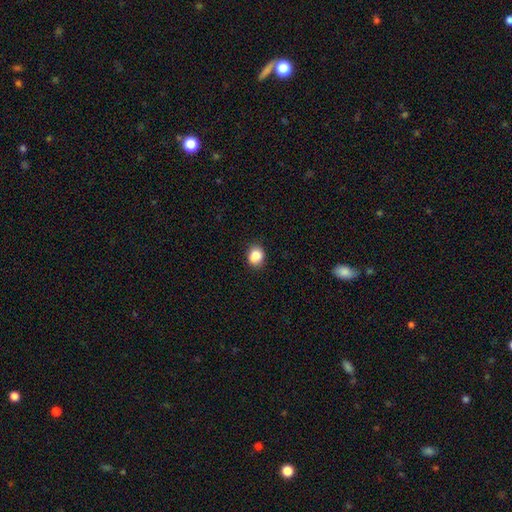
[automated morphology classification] smooth 86%, star or artifact 10%, featured or disk 4%. Down the decision tree: how rounded — round (58%); merging — none (81%).